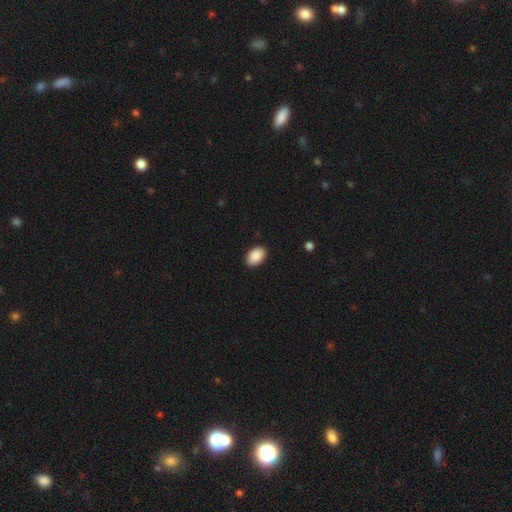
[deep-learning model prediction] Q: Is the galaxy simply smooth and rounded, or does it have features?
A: smooth — 91%.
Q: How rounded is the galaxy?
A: in between — 90%.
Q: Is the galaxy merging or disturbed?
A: none — 89%.